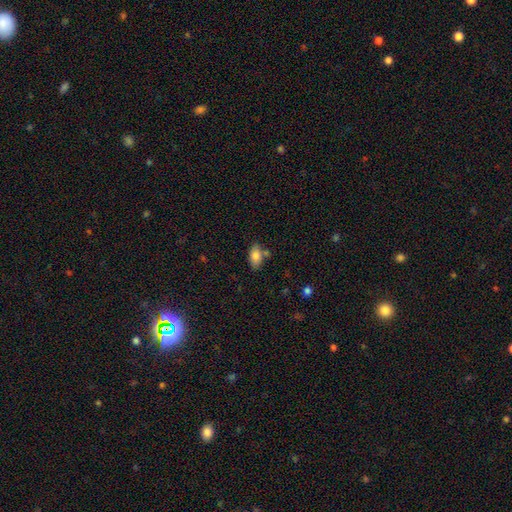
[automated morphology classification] smooth 82%, featured or disk 10%, star or artifact 8%. Down the decision tree: how rounded — in between (91%); merging — none (69%).